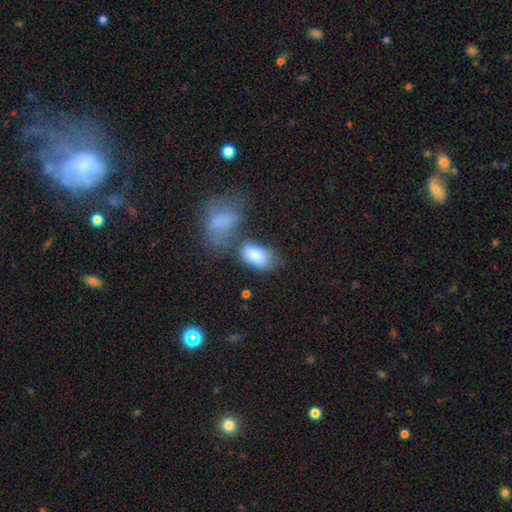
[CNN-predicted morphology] This appears to be a smooth galaxy with no disk features (84%) that is in between round and cigar-shaped (93%). Merging: none (43%).